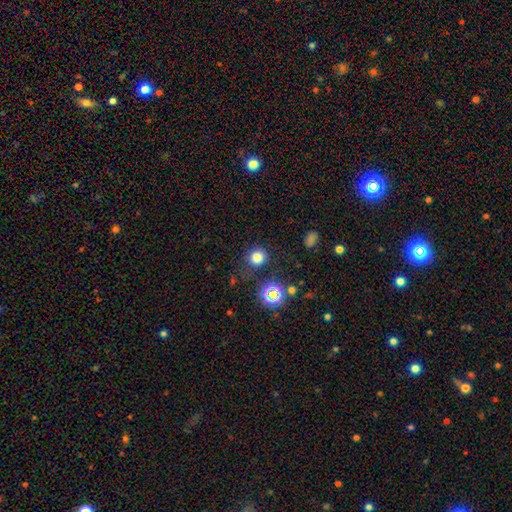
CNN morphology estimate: Smooth or featured: smooth — 75% (star or artifact — 20%)
How rounded: round — 86% (in between — 13%)
Merging: none — 81% (minor disturbance — 11%)